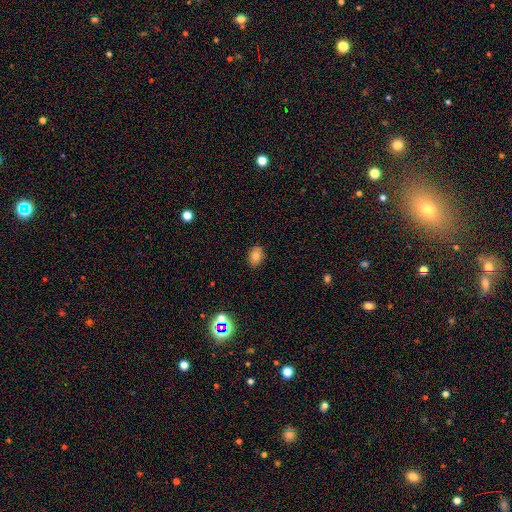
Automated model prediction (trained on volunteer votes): This is clearly a smooth galaxy (80%). How rounded: clearly in between (81%). Merging: clearly none (87%).